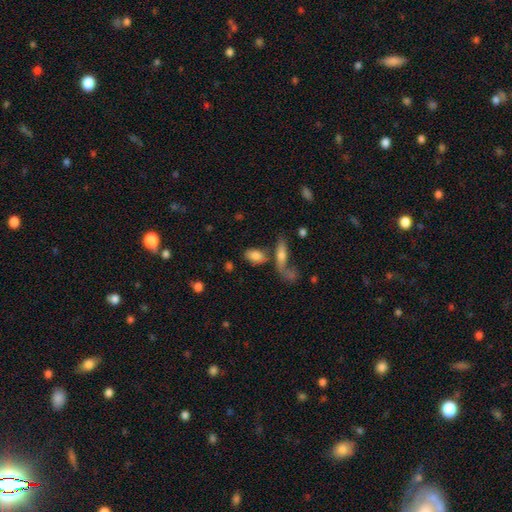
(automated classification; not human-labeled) smooth 79%, featured or disk 13%, star or artifact 8%. Down the decision tree: how rounded — in between (87%); merging — none (56%).